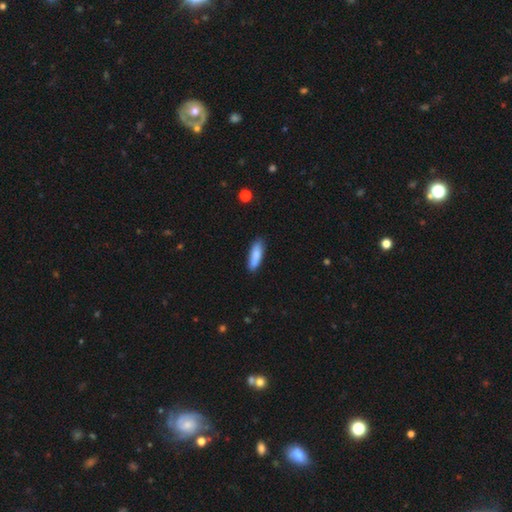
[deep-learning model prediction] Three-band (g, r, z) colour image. It shows a smooth galaxy with no disk features (84%) that is cigar-shaped (56%). Merging: none (80%).